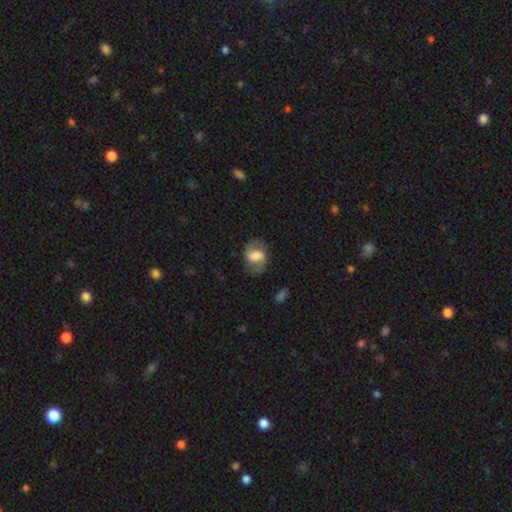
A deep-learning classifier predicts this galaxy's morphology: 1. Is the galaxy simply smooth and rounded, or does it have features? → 62% featured or disk, 30% smooth, 8% star or artifact.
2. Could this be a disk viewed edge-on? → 97% no, 3% yes.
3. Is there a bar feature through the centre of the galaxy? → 46% weak, 28% no, 26% strong.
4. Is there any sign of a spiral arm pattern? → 87% yes, 13% no.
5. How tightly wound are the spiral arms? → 48% medium, 36% loose, 17% tight.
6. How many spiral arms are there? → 89% 2, 5% can't tell, 3% 1, 1% 3, 1% 4, 1% more than 4.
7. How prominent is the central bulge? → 35% large, 31% moderate, 16% small, 12% none, 5% dominant.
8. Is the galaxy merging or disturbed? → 74% none, 17% minor disturbance, 8% major disturbance, 1% merger.